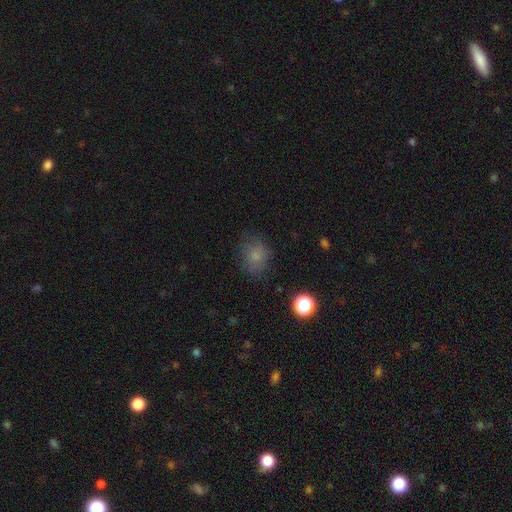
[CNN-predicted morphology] type=smooth (76%); roundness=round (65%); merging=none (72%).